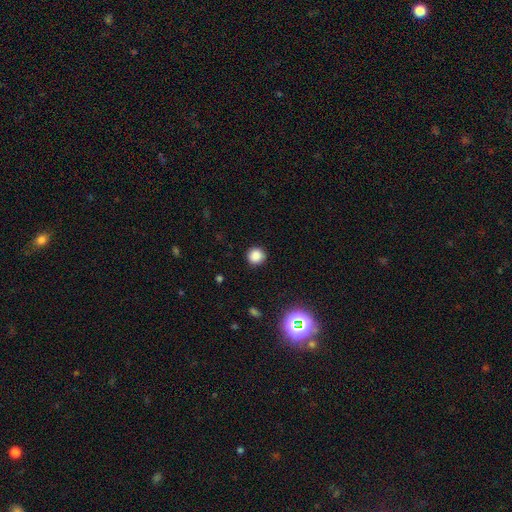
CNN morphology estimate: A smooth galaxy with no disk features (84%) that is round (93%). Merging: none (90%).